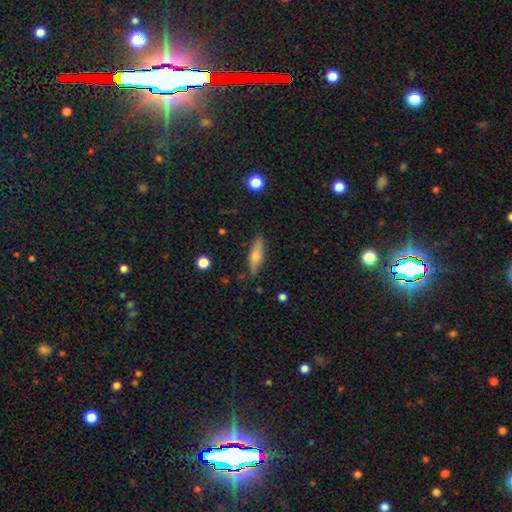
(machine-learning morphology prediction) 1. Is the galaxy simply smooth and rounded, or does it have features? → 61% smooth, 32% featured or disk, 7% star or artifact.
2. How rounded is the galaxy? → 57% cigar-shaped, 40% in between, 3% round.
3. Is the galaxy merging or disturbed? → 83% none, 13% minor disturbance, 3% major disturbance, 2% merger.